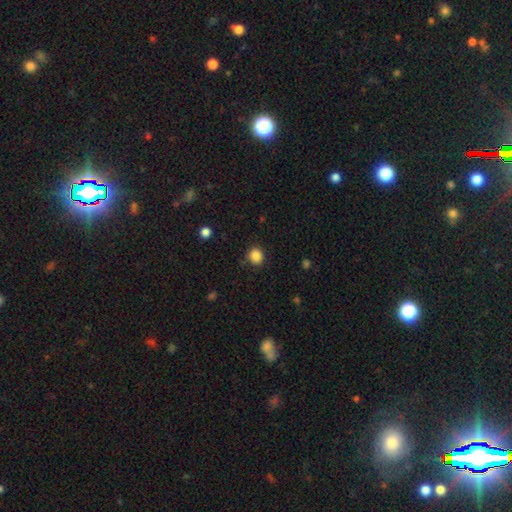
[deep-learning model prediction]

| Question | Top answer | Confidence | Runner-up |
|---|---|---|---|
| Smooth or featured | smooth | 86% | star or artifact (11%) |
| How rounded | round | 88% | in between (11%) |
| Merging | none | 86% | minor disturbance (9%) |